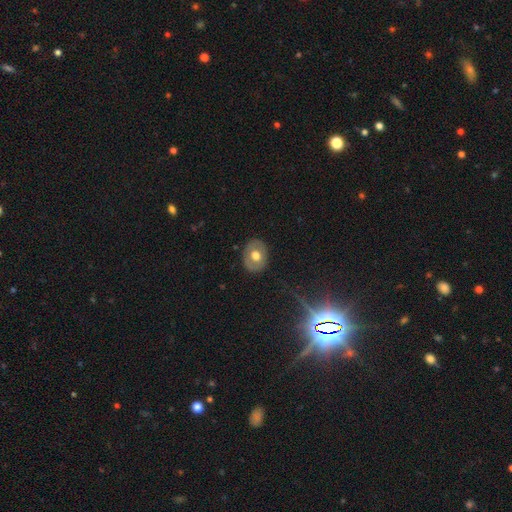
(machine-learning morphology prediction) A smooth galaxy with no disk features (53%) that is round (50%).

Vote fractions:
- Smooth or featured? smooth: 53% / featured or disk: 39% / star or artifact: 8%
- How rounded? round: 50% / in between: 49% / cigar-shaped: 1%
- Merging? none: 84% / minor disturbance: 11% / major disturbance: 3% / merger: 1%